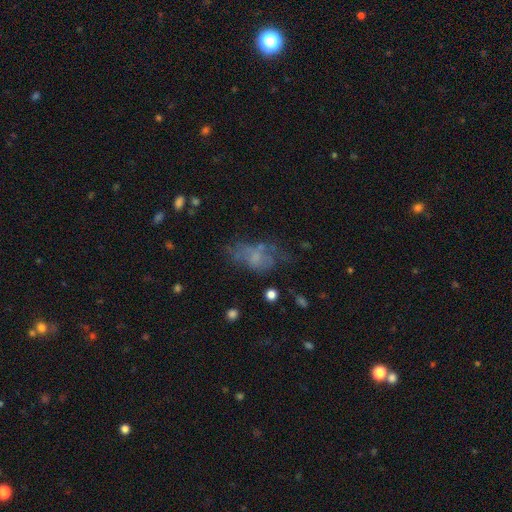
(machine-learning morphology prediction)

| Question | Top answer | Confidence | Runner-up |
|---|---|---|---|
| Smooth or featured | smooth | 48% | featured or disk (36%) |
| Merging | none | 40% | major disturbance (29%) |